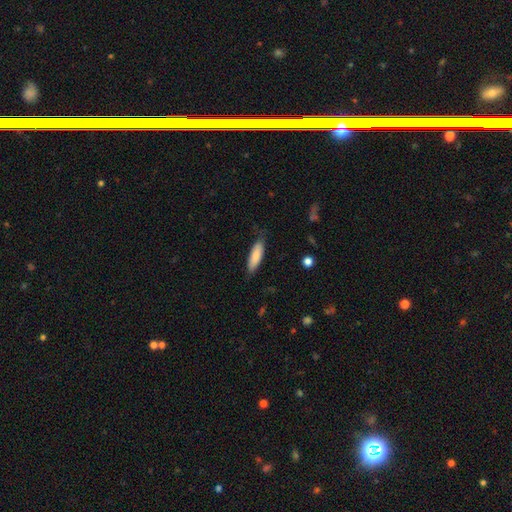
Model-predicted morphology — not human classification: Smooth or featured: smooth — 83% (featured or disk — 11%)
How rounded: cigar-shaped — 55% (in between — 43%)
Merging: none — 75% (minor disturbance — 20%)